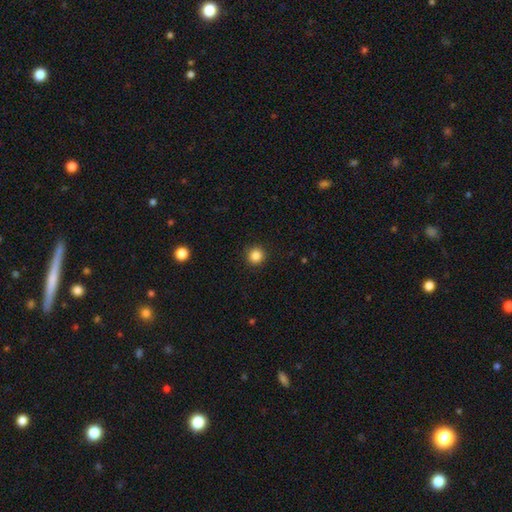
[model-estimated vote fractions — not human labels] A smooth galaxy with no disk features (85%) that is round (94%). Merging: none (92%).